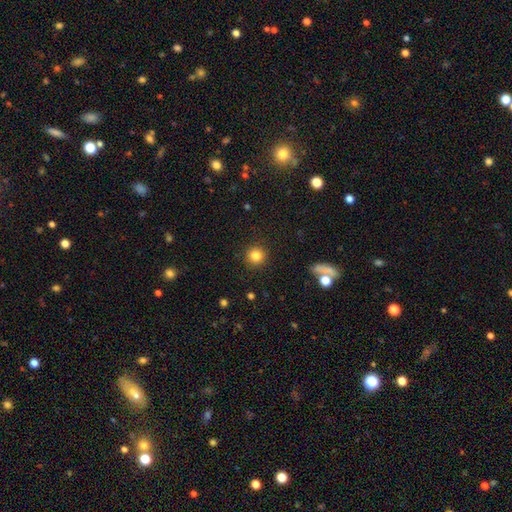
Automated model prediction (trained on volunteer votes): smooth_or_featured: smooth (p=0.84) [alt: star or artifact p=0.11]
how_rounded: round (p=0.94) [alt: in between p=0.05]
merging: none (p=0.91) [alt: minor disturbance p=0.05]